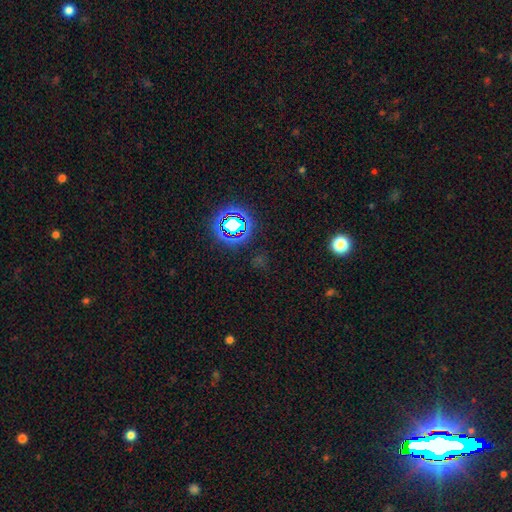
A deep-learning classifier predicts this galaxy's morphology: star or artifact 76%, smooth 16%, featured or disk 8%.